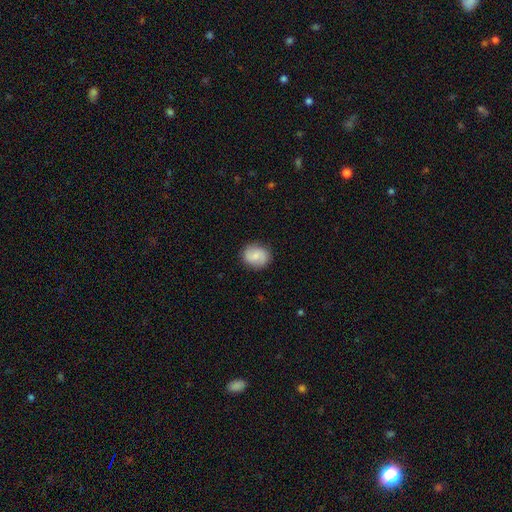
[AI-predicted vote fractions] Morphology: type=smooth (52%); roundness=round (75%); merging=none (86%).